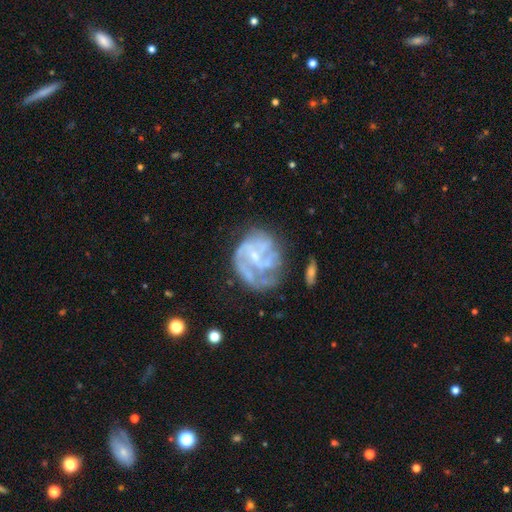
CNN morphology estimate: Smooth or featured?
  - featured or disk: 78% *
  - smooth: 14%
  - star or artifact: 8%
Edge-on disk?
  - no: 98% *
  - yes: 2%
Bar?
  - no: 55% *
  - weak: 36%
  - strong: 9%
Spiral arms?
  - yes: 76% *
  - no: 24%
Spiral winding?
  - medium: 41% *
  - tight: 38%
  - loose: 22%
Spiral arm count?
  - can't tell: 36% *
  - 3: 24%
  - 2: 21%
  - 4: 8%
  - 1: 7%
  - more than 4: 4%
Bulge size?
  - small: 63% *
  - moderate: 20%
  - none: 15%
  - large: 1%
  - dominant: 1%
Merging?
  - none: 45% *
  - major disturbance: 28%
  - minor disturbance: 22%
  - merger: 5%